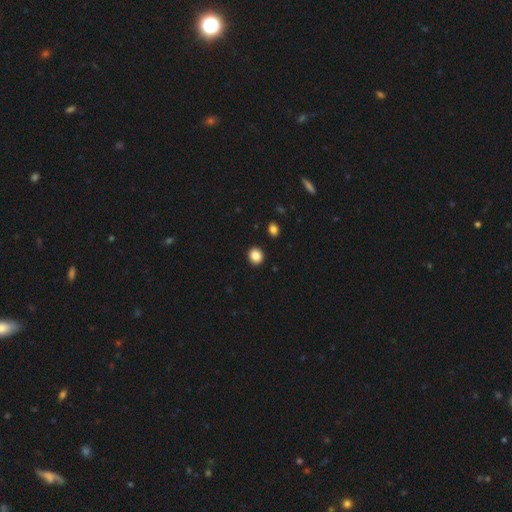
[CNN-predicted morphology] This is clearly a smooth galaxy (87%). How rounded: likely round (80%). Merging: clearly none (91%).